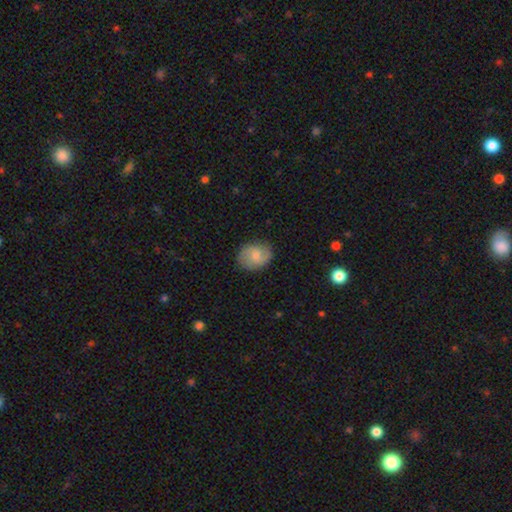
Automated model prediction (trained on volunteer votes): smooth 65%, featured or disk 28%, star or artifact 7%. Down the decision tree: how rounded — in between (56%); merging — none (81%).